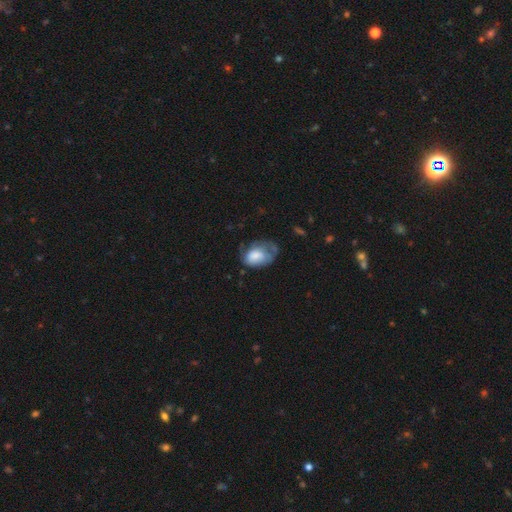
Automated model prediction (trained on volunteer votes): A smooth galaxy with no disk features (60%) that is in between round and cigar-shaped (81%). Merging: major disturbance (34%).